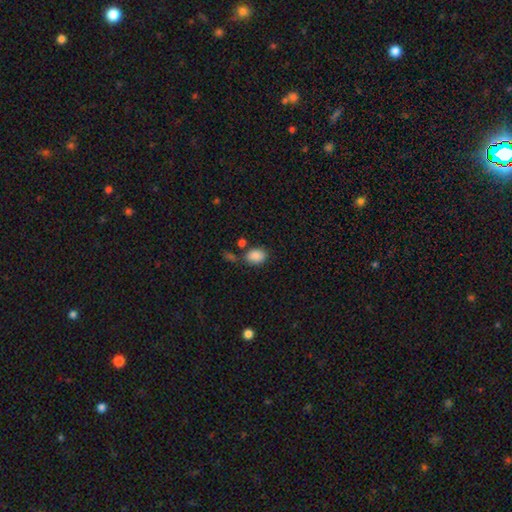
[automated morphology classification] Smooth or featured? Predicted: smooth (p=0.87). How rounded? Predicted: in between (p=0.75). Merging? Predicted: none (p=0.66).